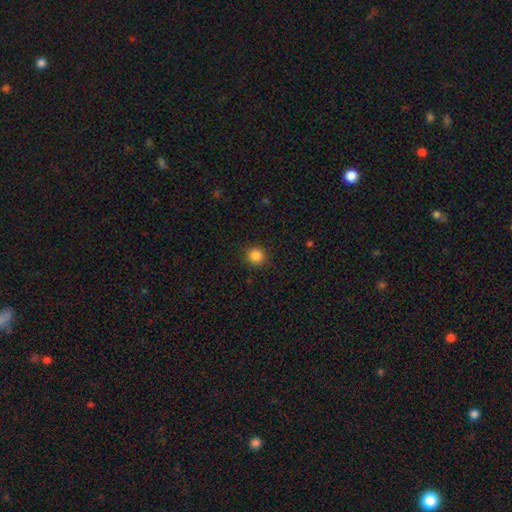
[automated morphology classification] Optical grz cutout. It shows a smooth galaxy with no disk features (85%) that is round (92%). Merging: none (90%).